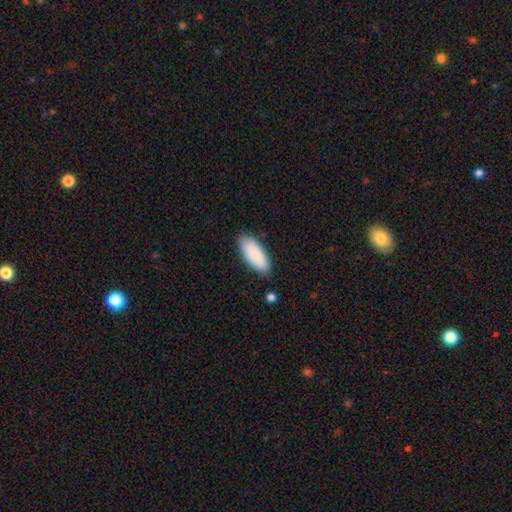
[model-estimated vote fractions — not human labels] Overall: smooth (86%). How rounded: in between (85%). Merging: none (83%).